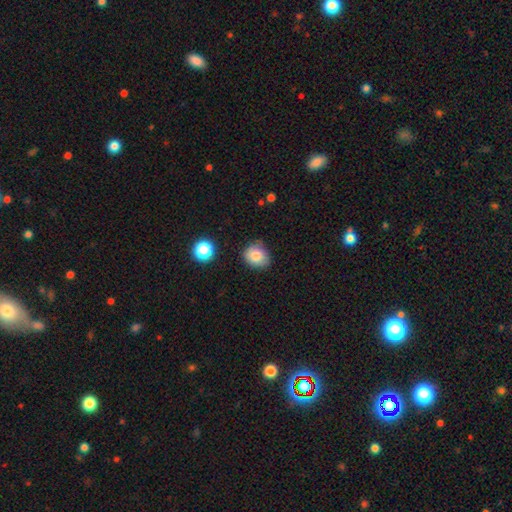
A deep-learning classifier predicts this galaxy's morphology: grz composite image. It shows a smooth galaxy with no disk features (82%) that is round (62%). Merging: none (72%).